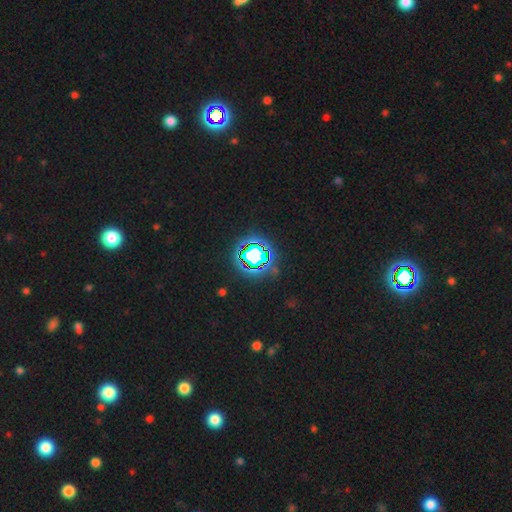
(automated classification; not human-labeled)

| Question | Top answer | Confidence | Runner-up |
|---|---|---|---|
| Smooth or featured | star or artifact | 79% | smooth (13%) |